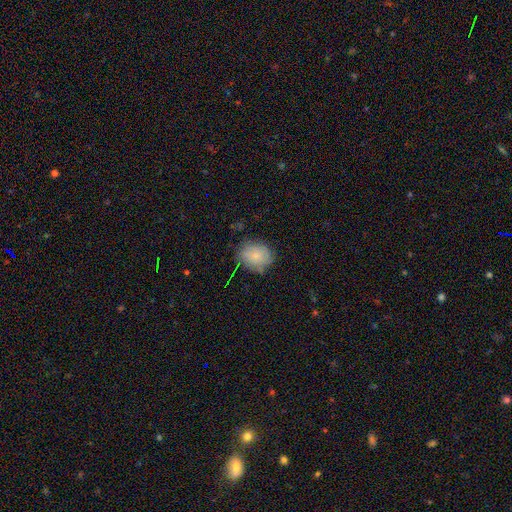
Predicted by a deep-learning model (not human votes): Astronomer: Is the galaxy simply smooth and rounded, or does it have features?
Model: smooth — 73%.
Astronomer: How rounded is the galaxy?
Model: round — 57% (runner-up: in between, 42%).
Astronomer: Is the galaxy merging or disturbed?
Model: none — 66%.